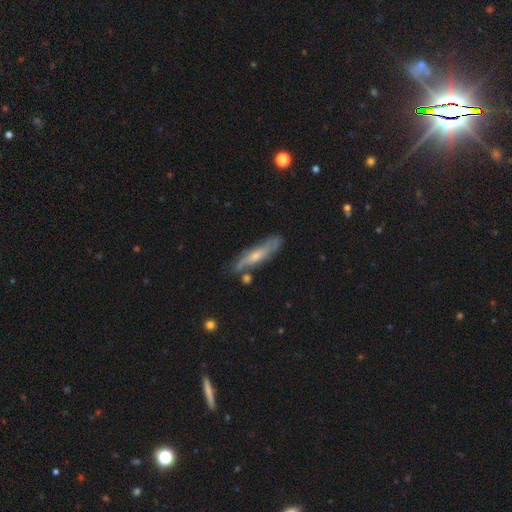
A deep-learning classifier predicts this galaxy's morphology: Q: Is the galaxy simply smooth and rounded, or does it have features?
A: featured or disk — 60%.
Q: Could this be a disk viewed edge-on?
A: yes — 61%.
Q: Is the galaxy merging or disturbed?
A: none — 67%.